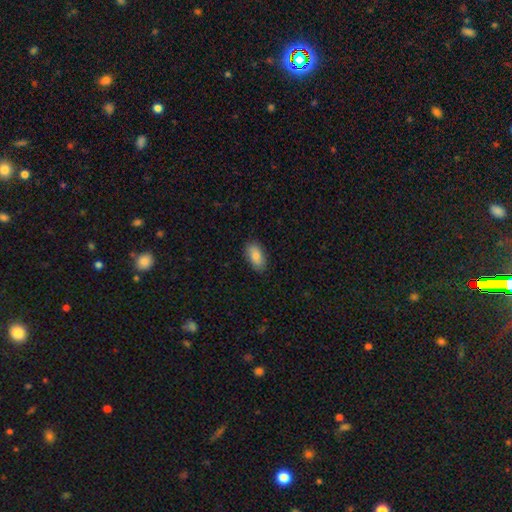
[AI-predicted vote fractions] Smooth or featured? Predicted: smooth (p=0.84). How rounded? Predicted: in between (p=0.92). Merging? Predicted: none (p=0.86).